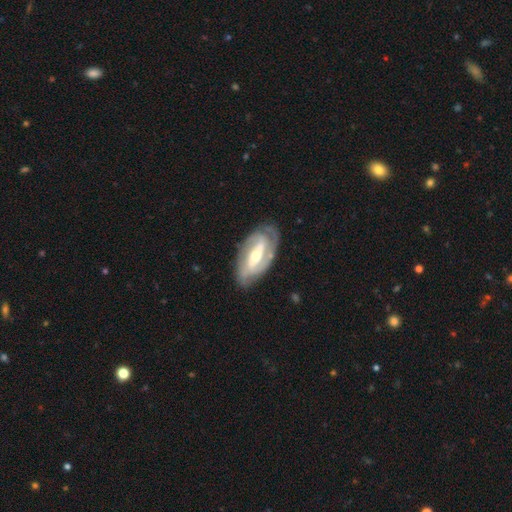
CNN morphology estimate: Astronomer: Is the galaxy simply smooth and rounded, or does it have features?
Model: featured or disk — 84%.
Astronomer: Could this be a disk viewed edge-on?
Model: no — 94%.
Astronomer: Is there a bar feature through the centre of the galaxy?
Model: strong — 56%.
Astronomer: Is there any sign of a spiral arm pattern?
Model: yes — 91%.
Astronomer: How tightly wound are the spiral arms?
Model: tight — 53% (runner-up: medium, 36%).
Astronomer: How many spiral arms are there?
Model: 2 — 71%.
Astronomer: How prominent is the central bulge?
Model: moderate — 58% (runner-up: small, 36%).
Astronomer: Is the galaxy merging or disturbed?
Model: none — 75%.